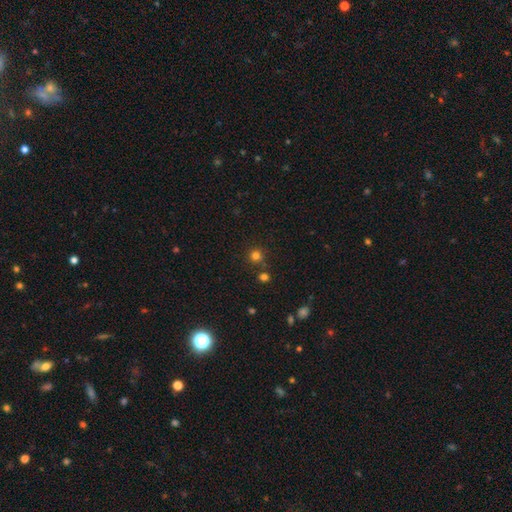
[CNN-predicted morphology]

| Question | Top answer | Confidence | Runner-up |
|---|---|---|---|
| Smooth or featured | smooth | 76% | star or artifact (18%) |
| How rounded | round | 93% | in between (6%) |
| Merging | none | 78% | merger (12%) |